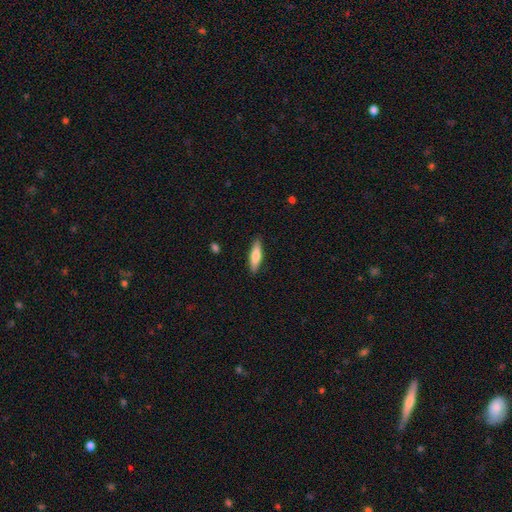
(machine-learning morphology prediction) Smooth or featured? Predicted: smooth (p=0.70). How rounded? Predicted: cigar-shaped (p=0.69). Merging? Predicted: none (p=0.89).